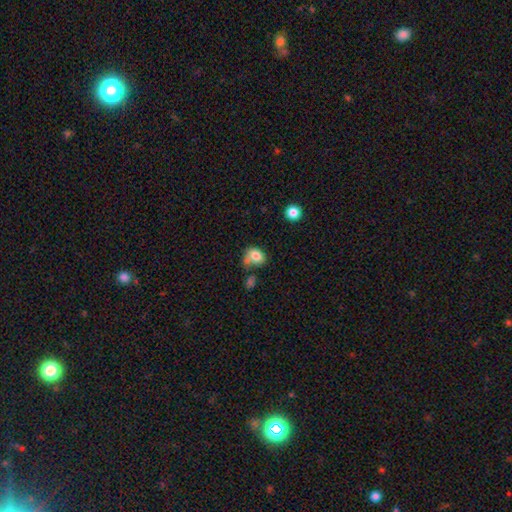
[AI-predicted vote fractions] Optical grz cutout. It shows a smooth galaxy with no disk features (80%) that is in between round and cigar-shaped (56%). Merging: none (42%).